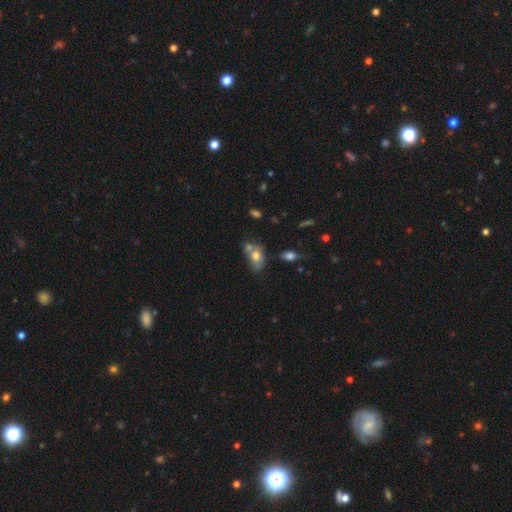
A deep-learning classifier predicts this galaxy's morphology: Smooth or featured: smooth — 69% (featured or disk — 21%)
How rounded: in between — 76% (round — 22%)
Merging: merger — 41% (none — 32%)